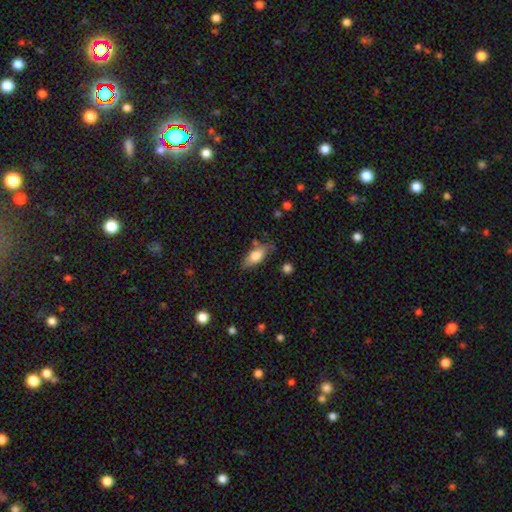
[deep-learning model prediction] Smooth or featured? smooth (74%)
How rounded? in between (78%)
Merging? none (70%)